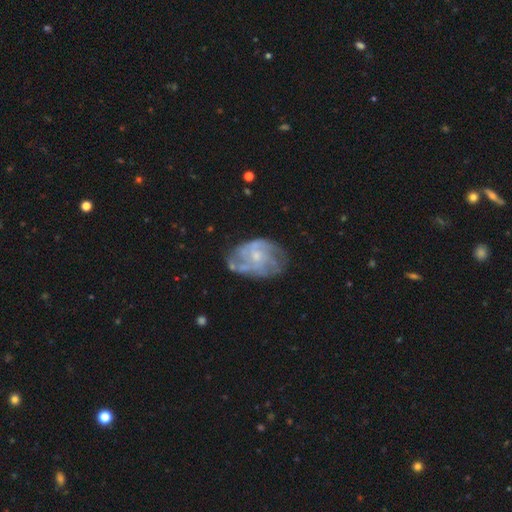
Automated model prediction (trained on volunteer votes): A featured or disk galaxy (77%) with no bar (69%), medium (42%) spiral arms (79%) and a small central bulge (60%). Merging: none (58%).